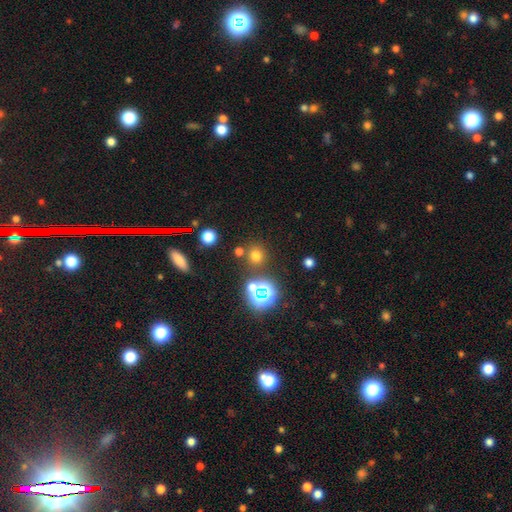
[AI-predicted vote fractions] This appears to be a smooth galaxy with no disk features (66%) that is round (90%). Merging: none (80%).